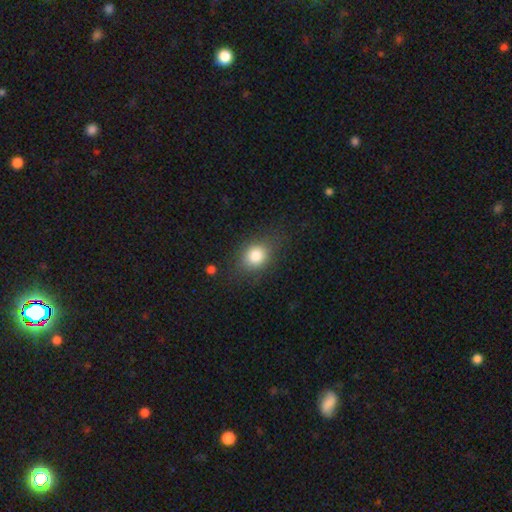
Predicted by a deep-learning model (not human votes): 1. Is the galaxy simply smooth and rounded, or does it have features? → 80% smooth, 11% star or artifact, 9% featured or disk.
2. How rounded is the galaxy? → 57% round, 42% in between, 1% cigar-shaped.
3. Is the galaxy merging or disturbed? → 75% none, 17% minor disturbance, 7% major disturbance, 2% merger.